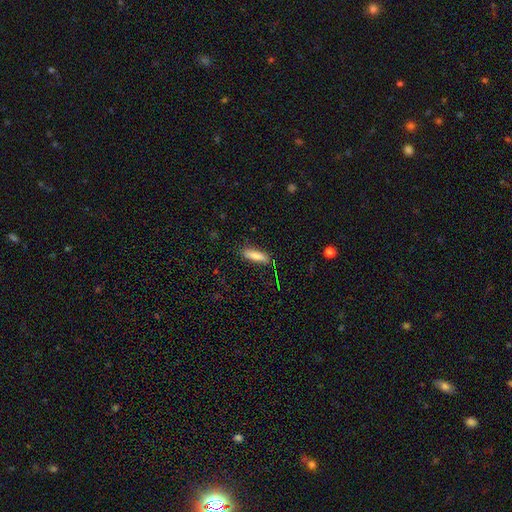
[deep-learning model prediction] Smooth or featured?
  - smooth: 85% *
  - featured or disk: 8%
  - star or artifact: 7%
How rounded?
  - cigar-shaped: 60% *
  - in between: 38%
  - round: 2%
Merging?
  - none: 84% *
  - minor disturbance: 12%
  - major disturbance: 3%
  - merger: 1%